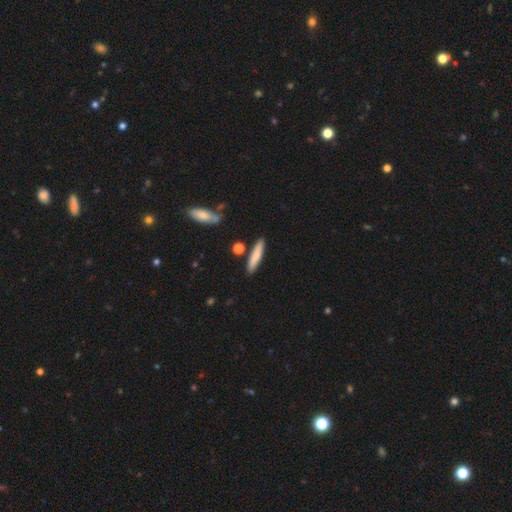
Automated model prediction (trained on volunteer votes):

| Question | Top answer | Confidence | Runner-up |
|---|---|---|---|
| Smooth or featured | smooth | 79% | featured or disk (15%) |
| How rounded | cigar-shaped | 86% | in between (13%) |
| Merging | none | 85% | minor disturbance (9%) |